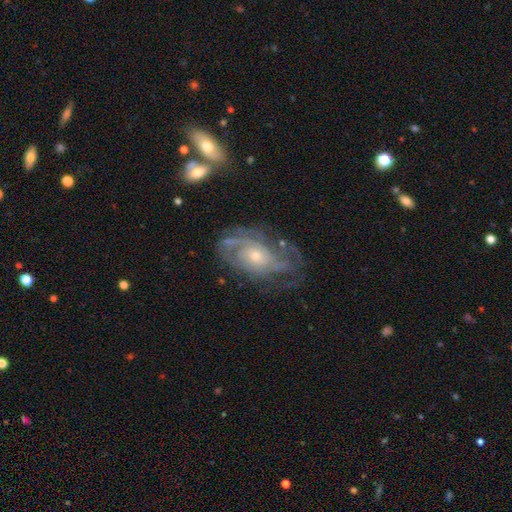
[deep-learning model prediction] Smooth or featured? featured or disk (83%)
Edge-on disk? no (96%)
Bar? no (78%)
Spiral arms? yes (89%)
Spiral winding? tight (56%)
Spiral arm count? can't tell (45%)
Bulge size? small (60%)
Merging? none (62%)